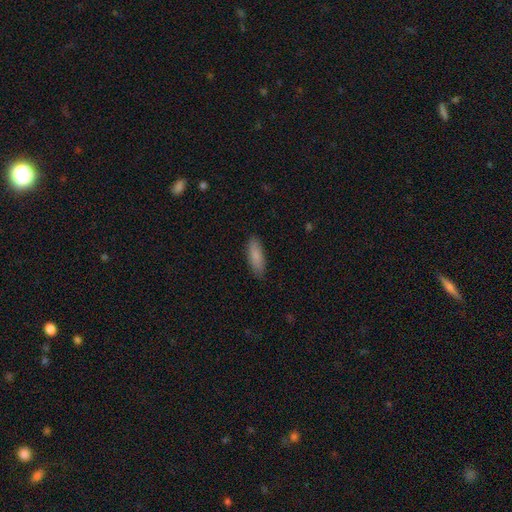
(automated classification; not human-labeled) Overall: smooth (85%). How rounded: in between (61%; cigar-shaped 38%). Merging: none (87%).